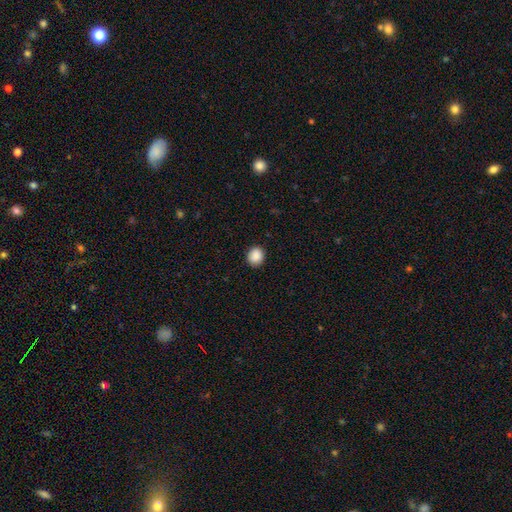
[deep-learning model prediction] A smooth galaxy with no disk features (89%) that is round (79%). Merging: none (91%).